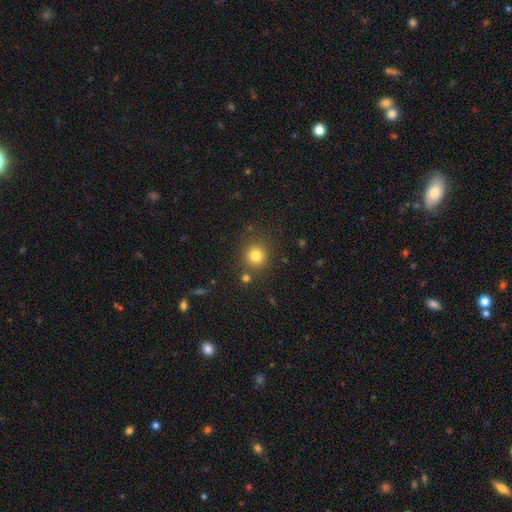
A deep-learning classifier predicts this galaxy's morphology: This appears to be a smooth galaxy with no disk features (79%) that is round (90%). Merging: none (82%).